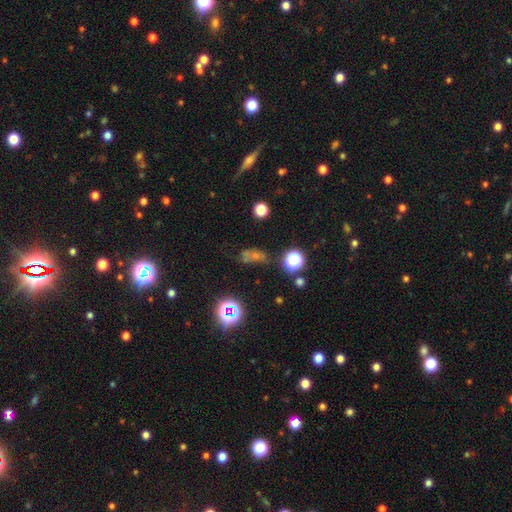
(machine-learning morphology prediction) Smooth or featured? Predicted: smooth (p=0.41, tied with star or artifact). Merging? Predicted: none (p=0.51).